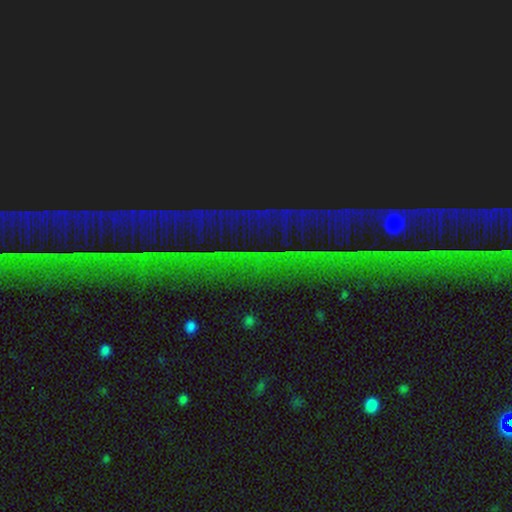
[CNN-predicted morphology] A star or artifact, not a galaxy (87%).